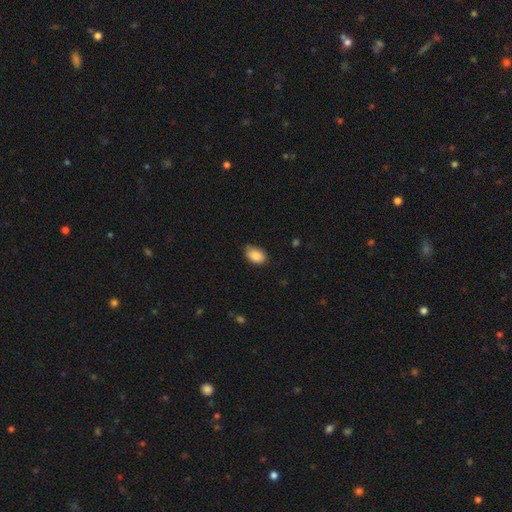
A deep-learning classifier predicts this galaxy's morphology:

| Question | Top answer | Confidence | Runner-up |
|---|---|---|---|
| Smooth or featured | smooth | 87% | star or artifact (7%) |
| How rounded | in between | 88% | round (11%) |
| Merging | none | 73% | minor disturbance (23%) |